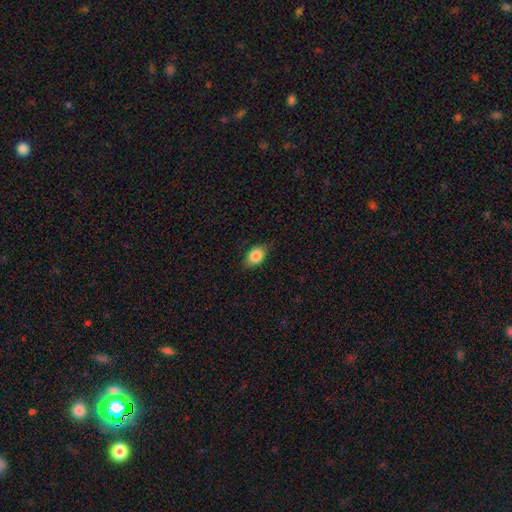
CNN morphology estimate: Smooth or featured? Predicted: smooth (p=0.86). How rounded? Predicted: in between (p=0.79). Merging? Predicted: none (p=0.81).